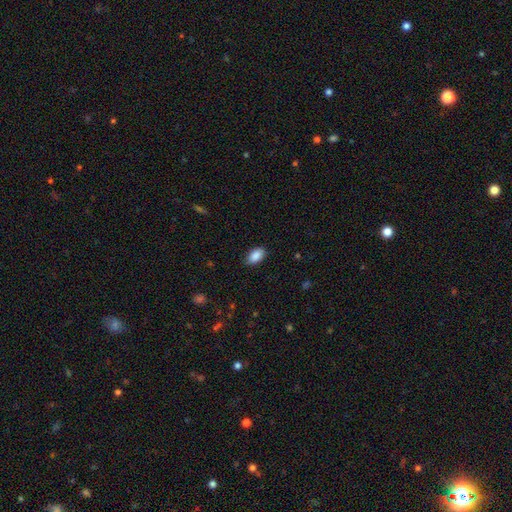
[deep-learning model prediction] A smooth galaxy with no disk features (89%) that is in between round and cigar-shaped (93%).

Vote fractions:
- Smooth or featured? smooth: 89% / star or artifact: 7% / featured or disk: 5%
- How rounded? in between: 93% / round: 5% / cigar-shaped: 2%
- Merging? none: 83% / minor disturbance: 13% / major disturbance: 3% / merger: 1%